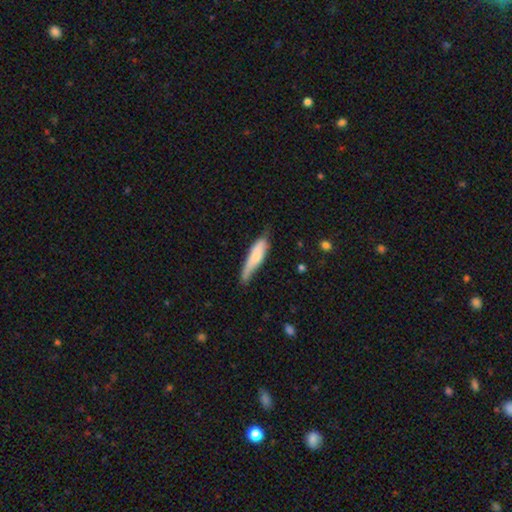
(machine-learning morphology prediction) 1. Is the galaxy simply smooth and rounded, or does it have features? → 67% smooth, 27% featured or disk, 5% star or artifact.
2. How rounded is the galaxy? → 71% cigar-shaped, 28% in between, 2% round.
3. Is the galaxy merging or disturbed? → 45% none, 39% minor disturbance, 12% major disturbance, 4% merger.